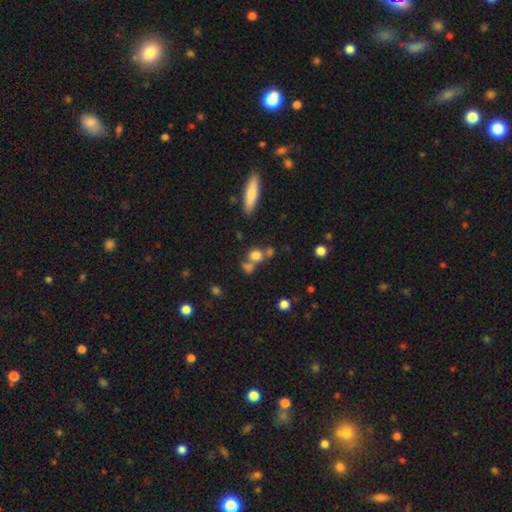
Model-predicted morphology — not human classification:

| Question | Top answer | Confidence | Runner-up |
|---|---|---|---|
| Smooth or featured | smooth | 76% | star or artifact (14%) |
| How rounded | round | 72% | in between (25%) |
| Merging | none | 49% | merger (36%) |